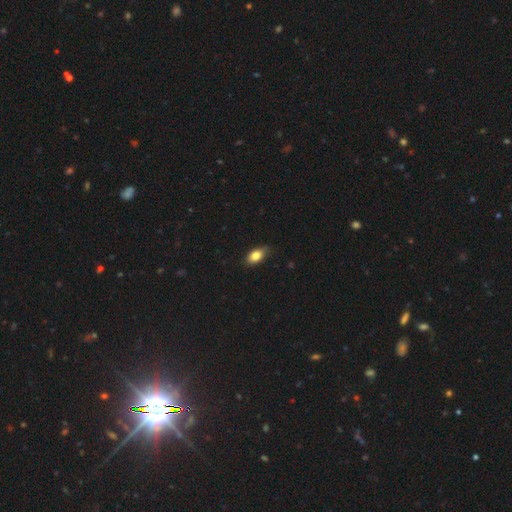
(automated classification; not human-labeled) A smooth galaxy with no disk features (82%) that is in between round and cigar-shaped (87%).

Vote fractions:
- Smooth or featured? smooth: 82% / featured or disk: 10% / star or artifact: 8%
- How rounded? in between: 87% / round: 8% / cigar-shaped: 5%
- Merging? none: 78% / minor disturbance: 18% / major disturbance: 3% / merger: 1%